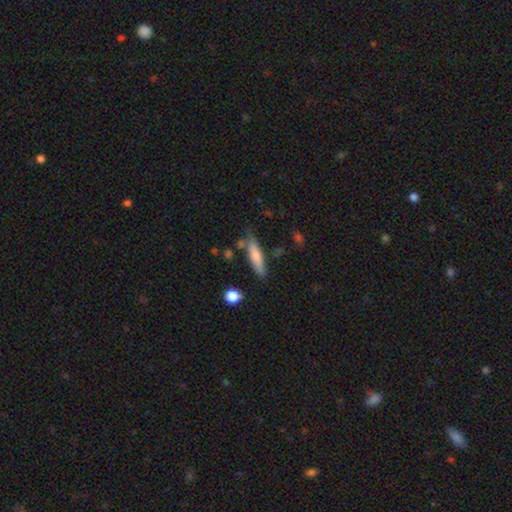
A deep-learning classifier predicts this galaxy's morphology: A smooth galaxy with no disk features (73%) that is cigar-shaped (76%).

Vote fractions:
- Smooth or featured? smooth: 73% / featured or disk: 20% / star or artifact: 7%
- How rounded? cigar-shaped: 76% / in between: 23% / round: 2%
- Merging? none: 71% / minor disturbance: 17% / merger: 7% / major disturbance: 5%